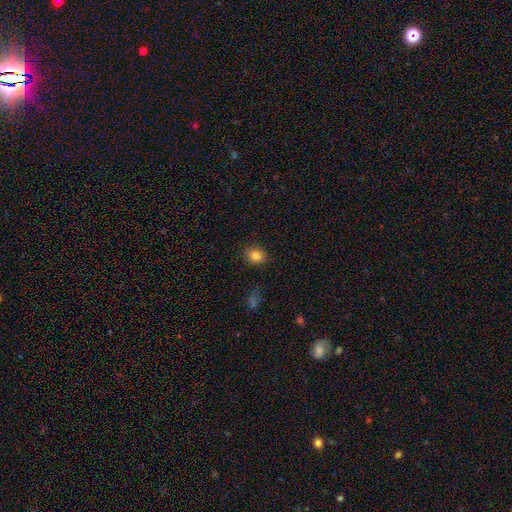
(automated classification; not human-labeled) Smooth or featured: smooth — 82% (star or artifact — 10%)
How rounded: round — 61% (in between — 38%)
Merging: none — 88% (minor disturbance — 9%)